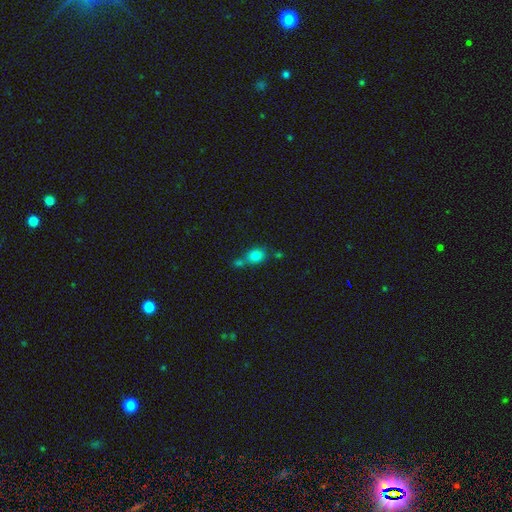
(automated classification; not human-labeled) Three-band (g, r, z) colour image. It shows a smooth galaxy with no disk features (81%) that is round (49%, tied with in between). Merging: none (50%).